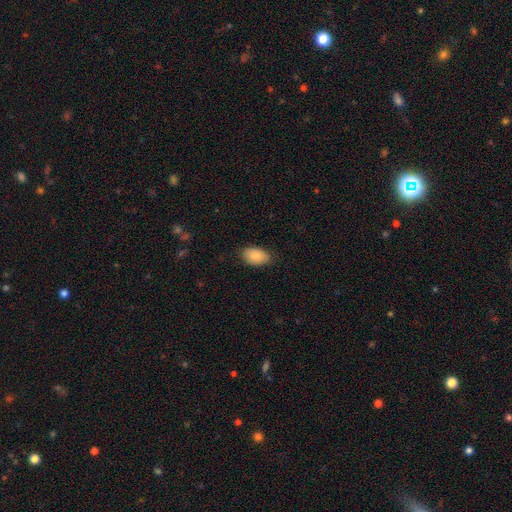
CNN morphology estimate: Smooth or featured? Predicted: smooth (p=0.87). How rounded? Predicted: in between (p=0.91). Merging? Predicted: none (p=0.80).